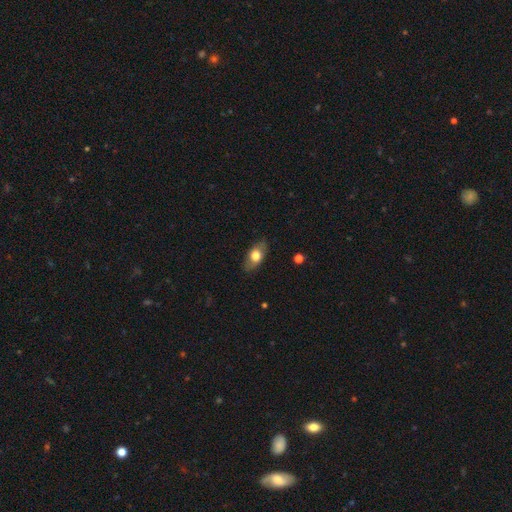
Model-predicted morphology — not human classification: Smooth or featured: smooth — 67% (featured or disk — 26%)
How rounded: in between — 84% (round — 10%)
Merging: none — 81% (minor disturbance — 14%)